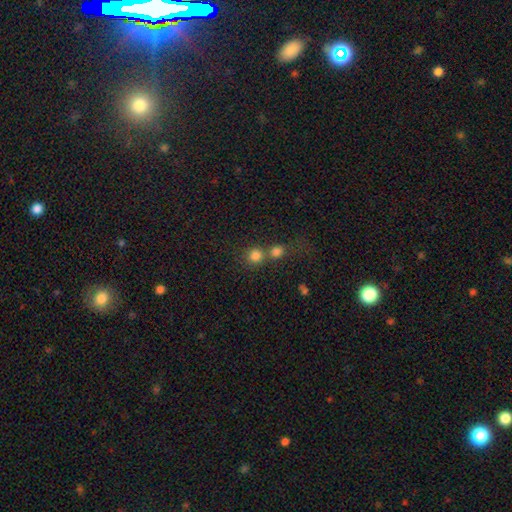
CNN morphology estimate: type=smooth (80%); roundness=round (89%); merging=none (48%).